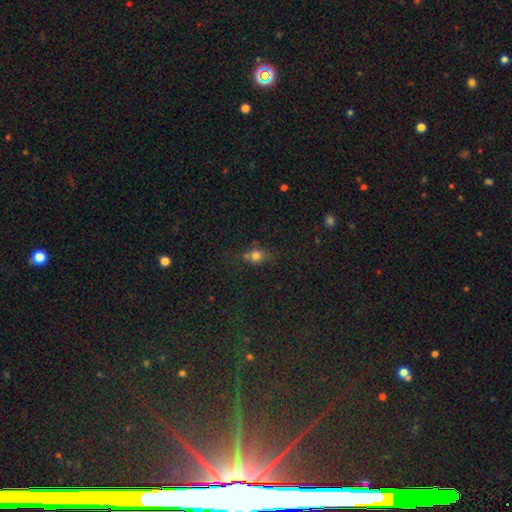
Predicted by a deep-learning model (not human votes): This appears to be a smooth galaxy with no disk features (72%) that is round (70%). Merging: none (58%).